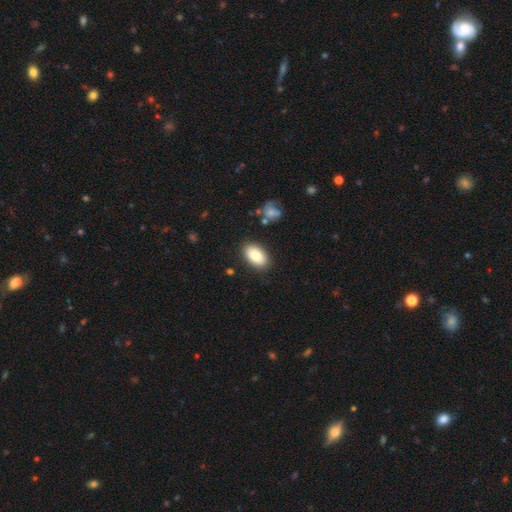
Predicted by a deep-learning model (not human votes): A smooth galaxy with no disk features (79%) that is in between round and cigar-shaped (92%).

Vote fractions:
- Smooth or featured? smooth: 79% / featured or disk: 14% / star or artifact: 7%
- How rounded? in between: 92% / round: 6% / cigar-shaped: 2%
- Merging? none: 86% / minor disturbance: 9% / major disturbance: 2% / merger: 2%